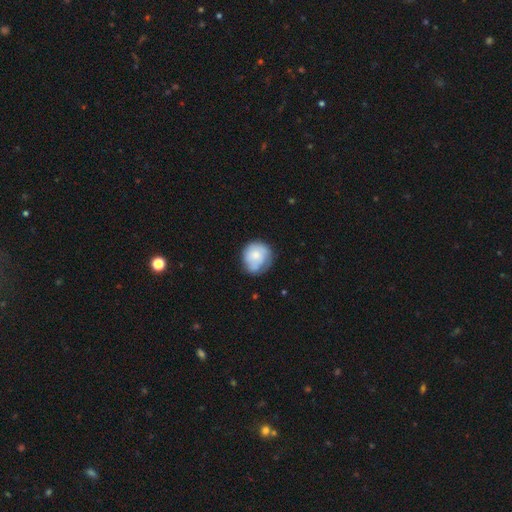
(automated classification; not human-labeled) A smooth galaxy with no disk features (70%) that is round (81%). Merging: none (59%).